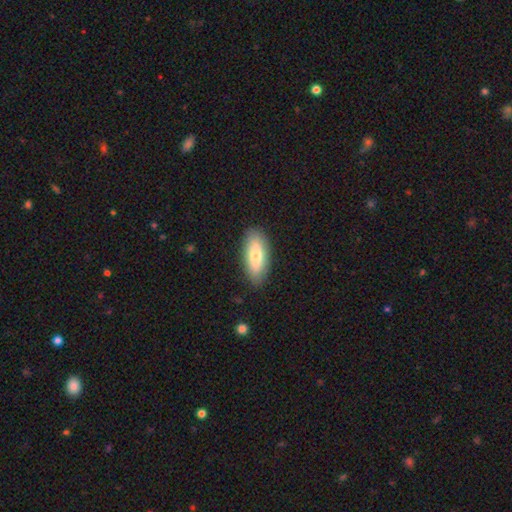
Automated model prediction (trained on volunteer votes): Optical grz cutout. It shows a smooth galaxy with no disk features (73%) that is in between round and cigar-shaped (76%). Merging: none (87%).